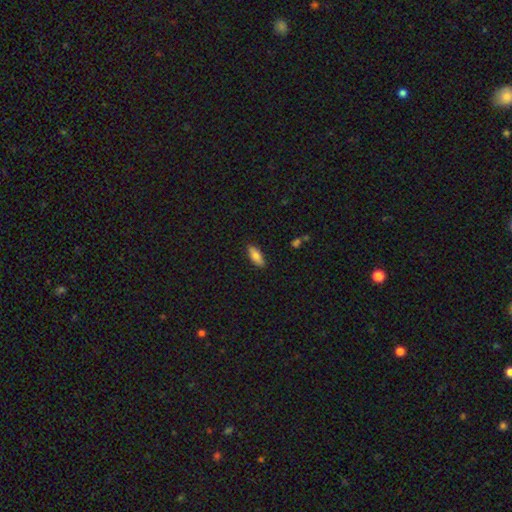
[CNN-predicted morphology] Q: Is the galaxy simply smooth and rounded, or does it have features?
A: smooth — 77%.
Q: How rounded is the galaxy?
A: in between — 80%.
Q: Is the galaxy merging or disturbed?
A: none — 87%.